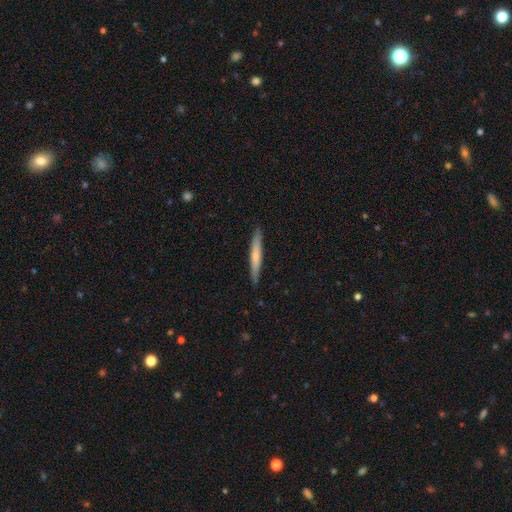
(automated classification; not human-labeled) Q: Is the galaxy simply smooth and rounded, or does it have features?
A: smooth — 60%.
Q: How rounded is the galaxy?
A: cigar-shaped — 96%.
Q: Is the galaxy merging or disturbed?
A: none — 89%.